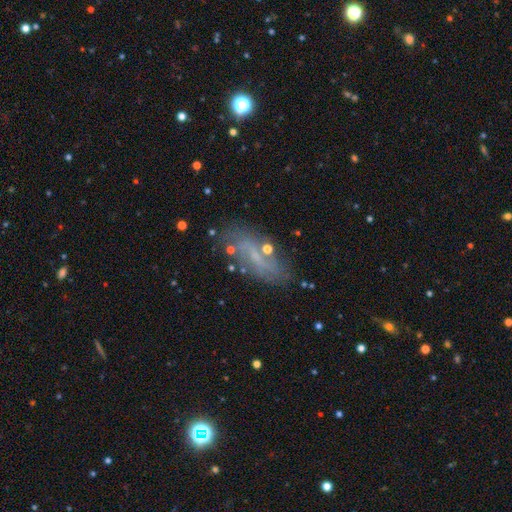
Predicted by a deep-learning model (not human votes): Smooth or featured: featured or disk — 49% (smooth — 38%)
Merging: none — 70% (minor disturbance — 18%)